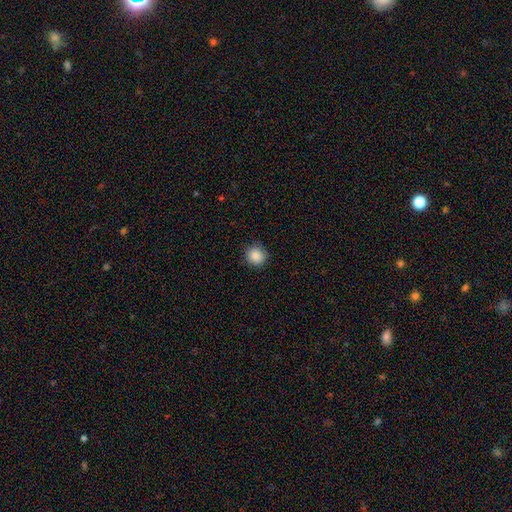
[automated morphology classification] type=smooth (88%); roundness=round (91%); merging=none (88%).